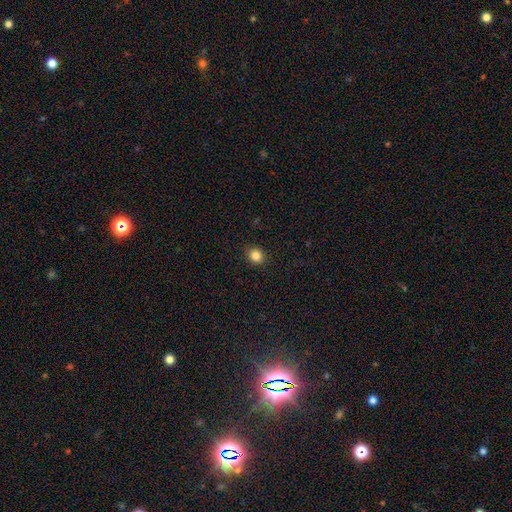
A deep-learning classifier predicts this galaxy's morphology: Smooth or featured: smooth — 85% (star or artifact — 11%)
How rounded: round — 66% (in between — 33%)
Merging: none — 90% (minor disturbance — 7%)